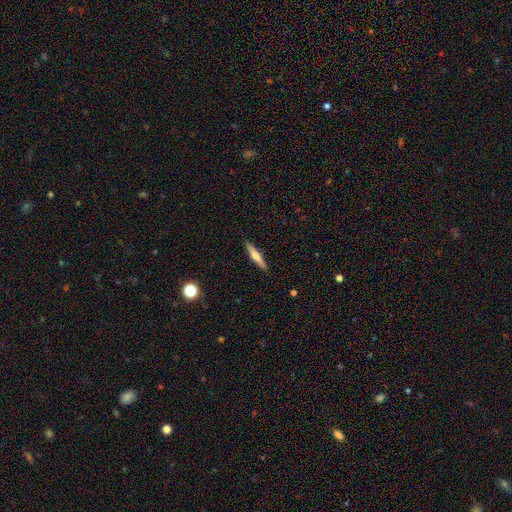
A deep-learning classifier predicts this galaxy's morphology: Smooth or featured: smooth — 50% (featured or disk — 44%)
How rounded: cigar-shaped — 88% (in between — 10%)
Merging: none — 90% (minor disturbance — 7%)